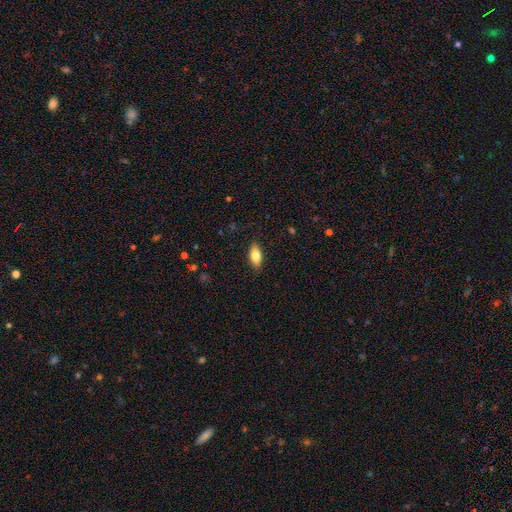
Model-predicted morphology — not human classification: This appears to be a smooth galaxy with no disk features (78%) that is in between round and cigar-shaped (84%). Merging: none (87%).